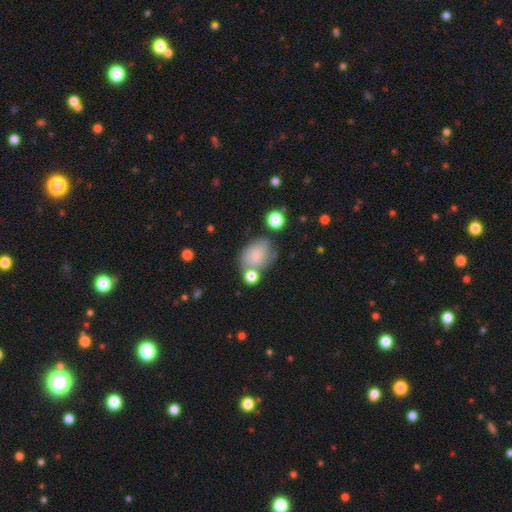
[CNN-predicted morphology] type=smooth (73%); roundness=in between (69%); merging=none (44%).